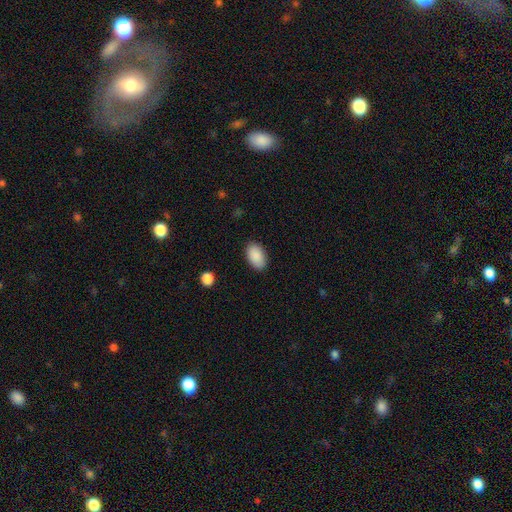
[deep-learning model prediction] Smooth or featured? smooth (90%)
How rounded? in between (94%)
Merging? none (87%)